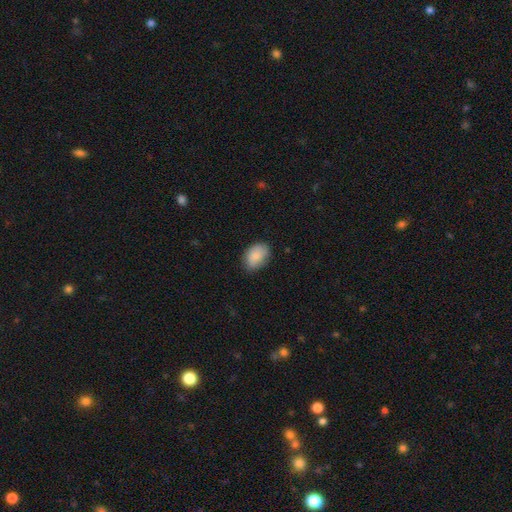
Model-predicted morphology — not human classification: smooth 83%, featured or disk 10%, star or artifact 7%. Down the decision tree: how rounded — in between (84%); merging — none (77%).